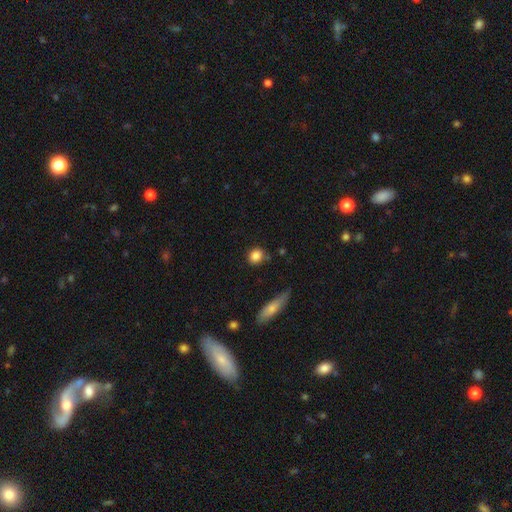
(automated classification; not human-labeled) This appears to be a smooth galaxy with no disk features (85%) that is round (71%). Merging: none (76%).